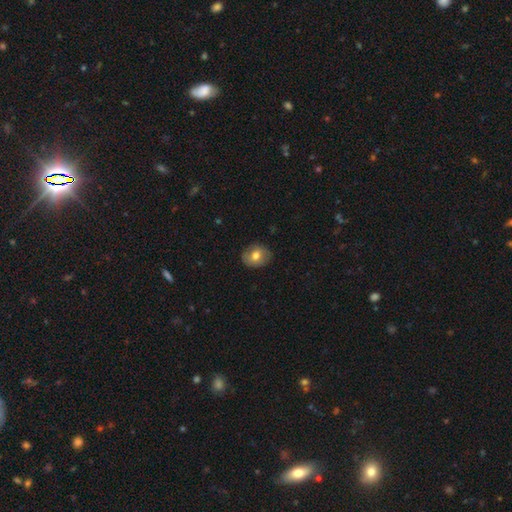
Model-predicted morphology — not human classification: A smooth galaxy with no disk features (71%) that is round (59%).

Vote fractions:
- Smooth or featured? smooth: 71% / featured or disk: 21% / star or artifact: 8%
- How rounded? round: 59% / in between: 40% / cigar-shaped: 1%
- Merging? none: 84% / minor disturbance: 12% / major disturbance: 3% / merger: 1%